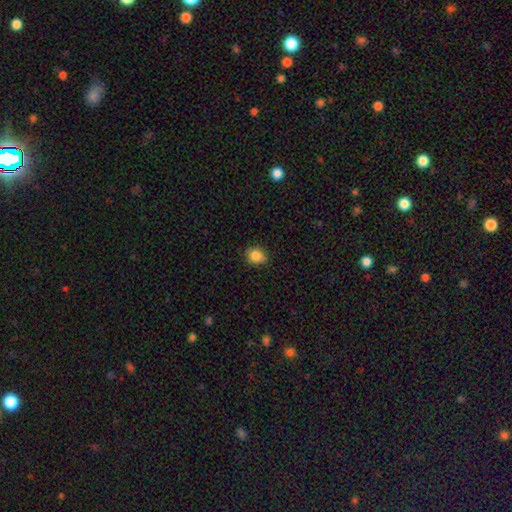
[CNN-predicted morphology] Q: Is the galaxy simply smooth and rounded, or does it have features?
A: smooth — 85%.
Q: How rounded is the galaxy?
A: round — 57%.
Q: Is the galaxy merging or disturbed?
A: none — 79%.